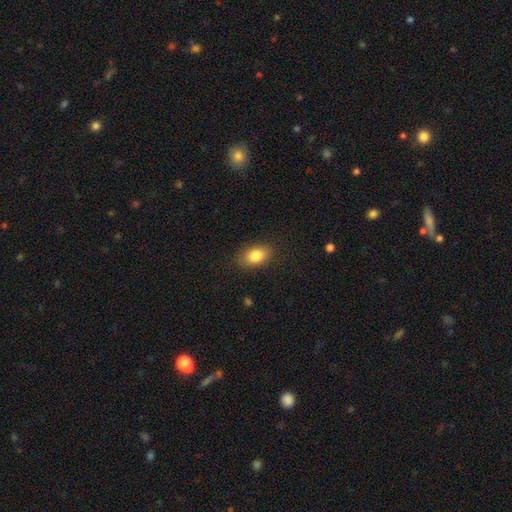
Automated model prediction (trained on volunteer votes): Smooth or featured? smooth (83%)
How rounded? in between (83%)
Merging? none (84%)